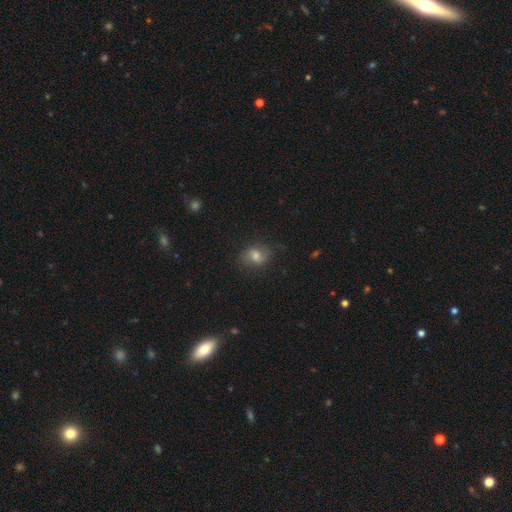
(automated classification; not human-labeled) The model was most divided on "how rounded": in between: 57%, round: 42%, cigar-shaped: 2%. More confident: merging — none (74%); smooth or featured — smooth (59%).